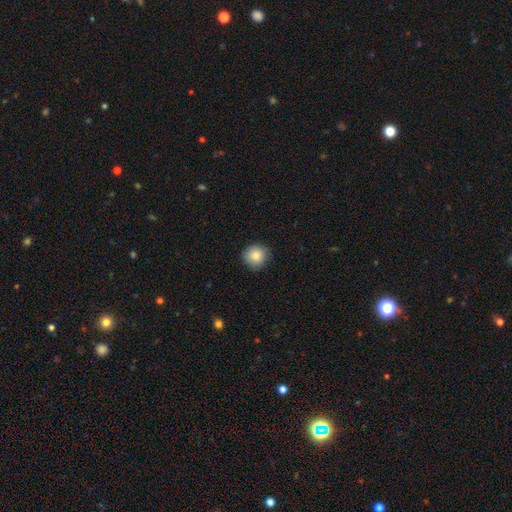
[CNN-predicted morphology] A smooth galaxy with no disk features (84%) that is round (92%).

Vote fractions:
- Smooth or featured? smooth: 84% / star or artifact: 9% / featured or disk: 7%
- How rounded? round: 92% / in between: 7% / cigar-shaped: 1%
- Merging? none: 86% / minor disturbance: 11% / major disturbance: 2% / merger: 1%